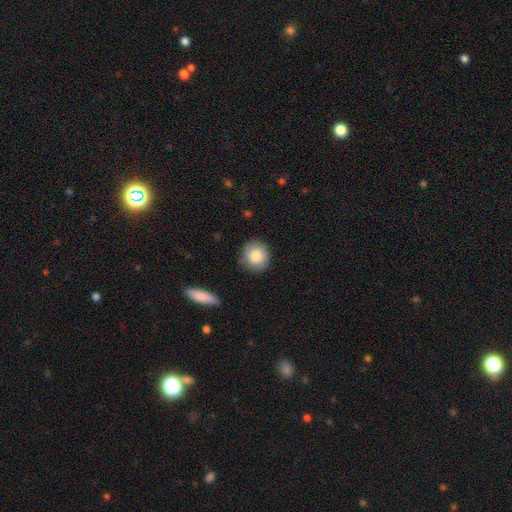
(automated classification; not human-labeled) Smooth or featured? Predicted: smooth (p=0.84). How rounded? Predicted: round (p=0.89). Merging? Predicted: none (p=0.87).